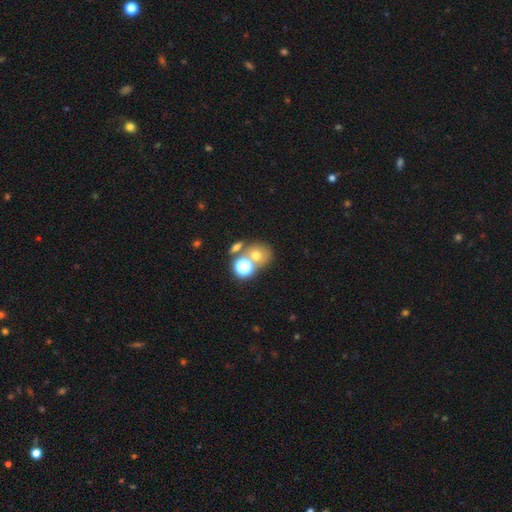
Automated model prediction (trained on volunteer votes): Smooth or featured?
  - smooth: 63% *
  - star or artifact: 21%
  - featured or disk: 16%
How rounded?
  - round: 73% *
  - in between: 26%
  - cigar-shaped: 1%
Merging?
  - none: 49% *
  - merger: 36%
  - minor disturbance: 9%
  - major disturbance: 5%